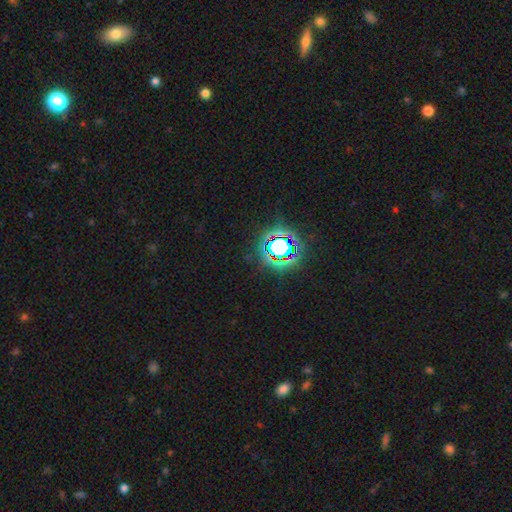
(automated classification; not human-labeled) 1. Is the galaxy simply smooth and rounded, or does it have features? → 81% star or artifact, 12% smooth, 7% featured or disk.